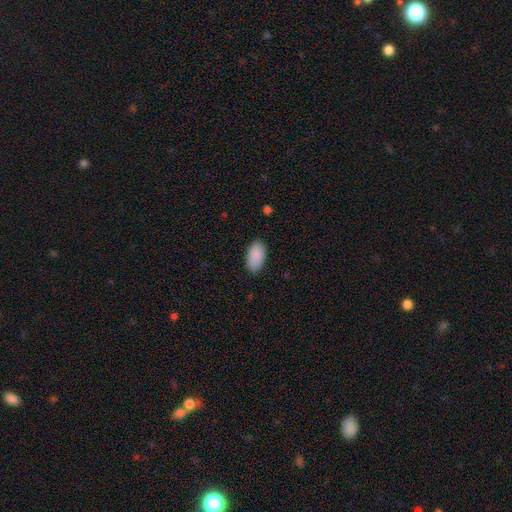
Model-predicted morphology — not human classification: Overall: smooth (90%). How rounded: in between (95%). Merging: none (85%).